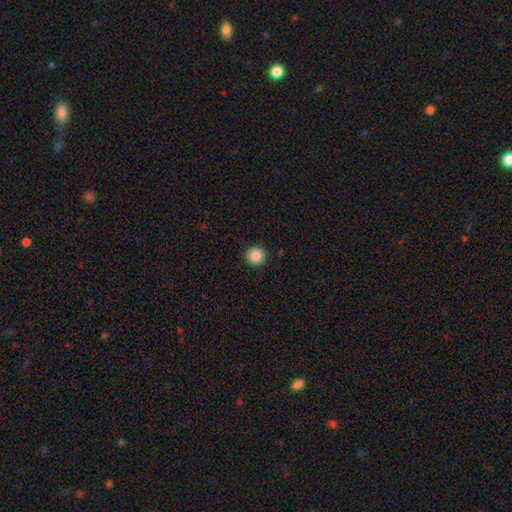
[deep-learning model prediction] Smooth or featured?
  - smooth: 86% *
  - star or artifact: 10%
  - featured or disk: 4%
How rounded?
  - round: 93% *
  - in between: 6%
  - cigar-shaped: 1%
Merging?
  - none: 92% *
  - minor disturbance: 6%
  - major disturbance: 2%
  - merger: 1%